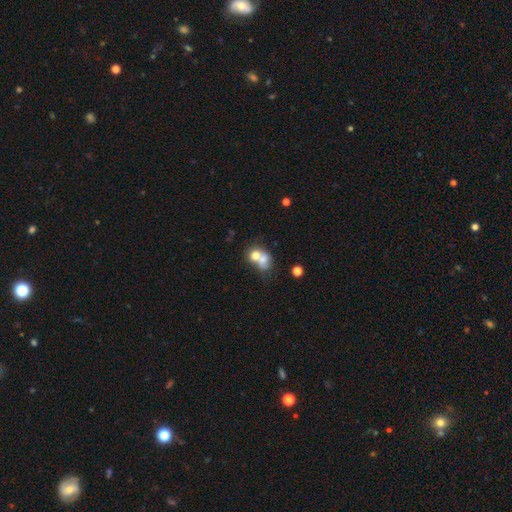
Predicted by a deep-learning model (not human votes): smooth_or_featured: smooth (p=0.66) [alt: featured or disk p=0.23]
how_rounded: round (p=0.57) [alt: in between p=0.42]
merging: merger (p=0.66) [alt: none p=0.21]